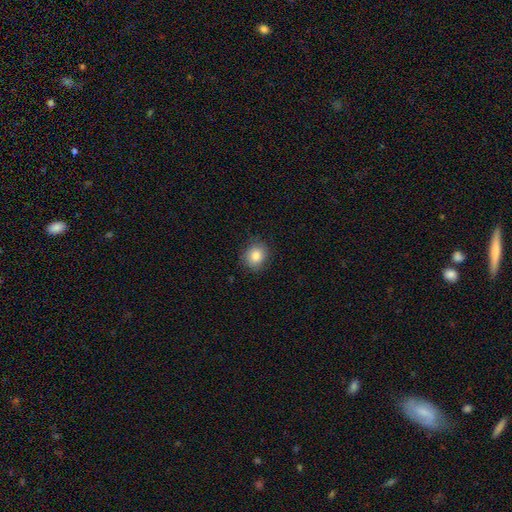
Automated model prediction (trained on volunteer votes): Smooth or featured: smooth — 85% (star or artifact — 9%)
How rounded: round — 73% (in between — 26%)
Merging: none — 85% (minor disturbance — 12%)